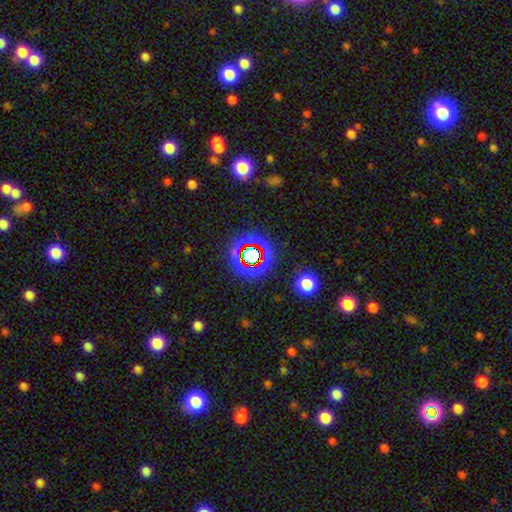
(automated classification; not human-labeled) Smooth or featured: star or artifact — 69% (smooth — 21%)